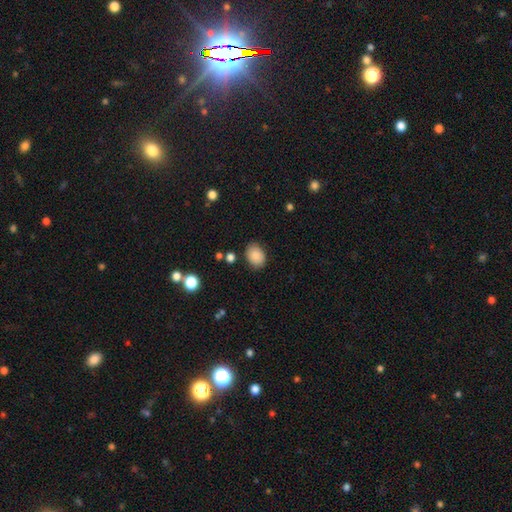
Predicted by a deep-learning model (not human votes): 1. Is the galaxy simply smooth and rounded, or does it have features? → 88% smooth, 8% star or artifact, 4% featured or disk.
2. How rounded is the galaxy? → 67% in between, 32% round, 1% cigar-shaped.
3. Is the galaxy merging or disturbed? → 83% none, 12% minor disturbance, 3% major disturbance, 2% merger.